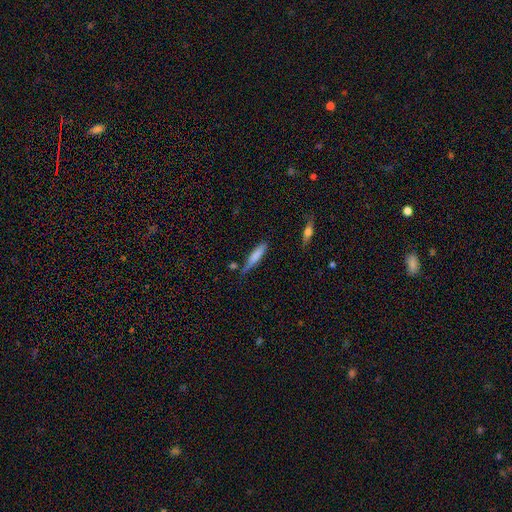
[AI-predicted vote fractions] This appears to be a smooth galaxy with no disk features (72%) that is cigar-shaped (83%). Merging: none (62%).